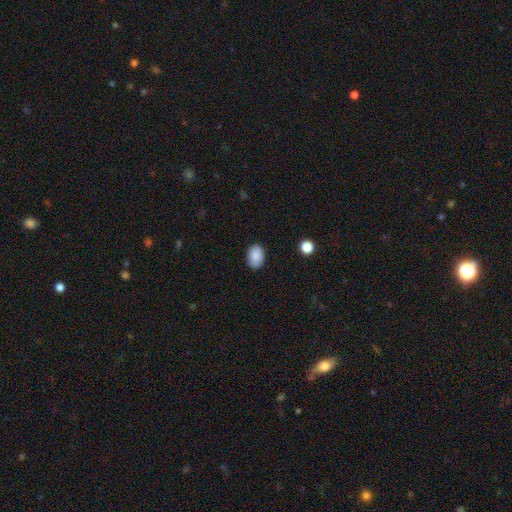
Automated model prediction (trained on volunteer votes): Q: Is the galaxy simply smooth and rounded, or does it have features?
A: smooth — 88%.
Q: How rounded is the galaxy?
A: in between — 80%.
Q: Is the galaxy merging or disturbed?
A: none — 83%.